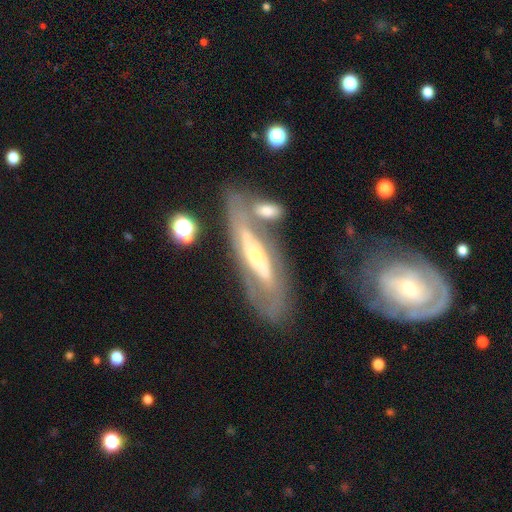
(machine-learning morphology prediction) Smooth or featured: featured or disk — 74% (smooth — 19%)
Edge-on disk: no — 66% (yes — 34%)
Merging: none — 54% (merger — 18%)